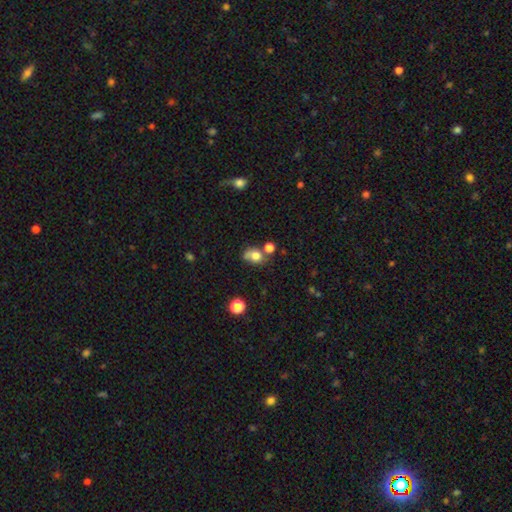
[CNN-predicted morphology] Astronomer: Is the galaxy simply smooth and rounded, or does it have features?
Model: smooth — 74%.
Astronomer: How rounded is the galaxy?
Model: in between — 52% (runner-up: round, 47%).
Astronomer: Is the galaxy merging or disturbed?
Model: none — 42% (runner-up: merger, 23%).